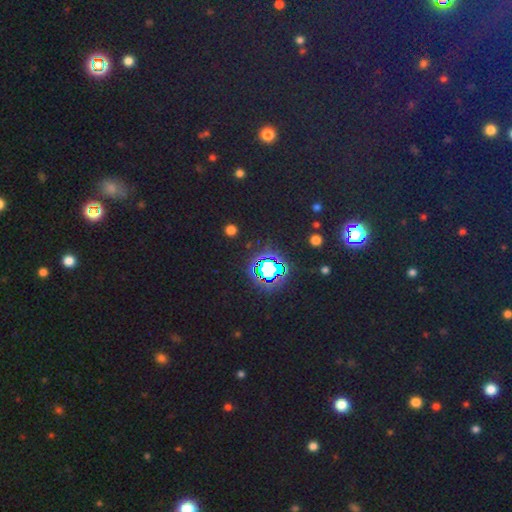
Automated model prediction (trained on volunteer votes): Smooth or featured? Predicted: star or artifact (p=0.77).